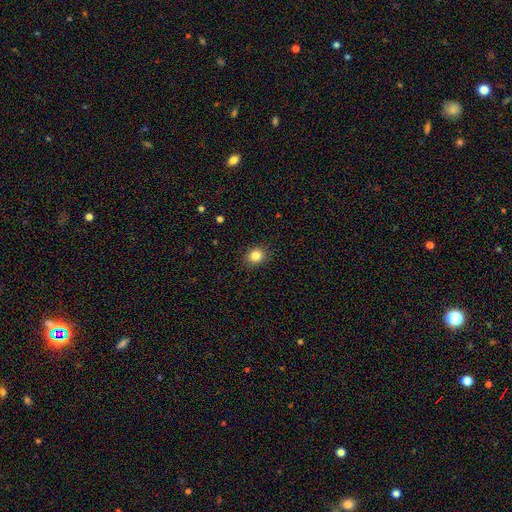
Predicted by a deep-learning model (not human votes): A smooth galaxy with no disk features (84%) that is round (73%).

Vote fractions:
- Smooth or featured? smooth: 84% / star or artifact: 11% / featured or disk: 5%
- How rounded? round: 73% / in between: 27% / cigar-shaped: 1%
- Merging? none: 89% / minor disturbance: 8% / major disturbance: 2% / merger: 1%